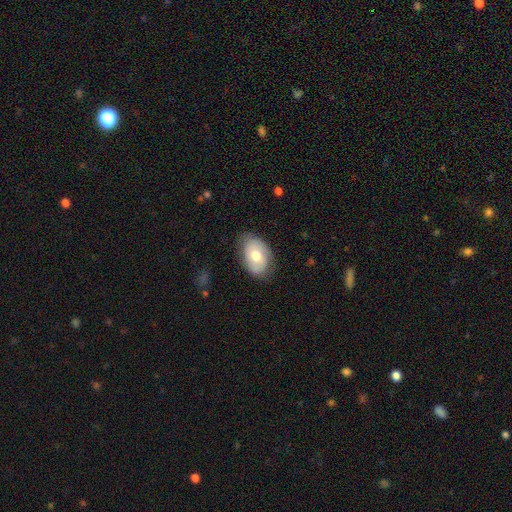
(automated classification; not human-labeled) A smooth galaxy with no disk features (65%) that is in between round and cigar-shaped (88%). Merging: none (75%).